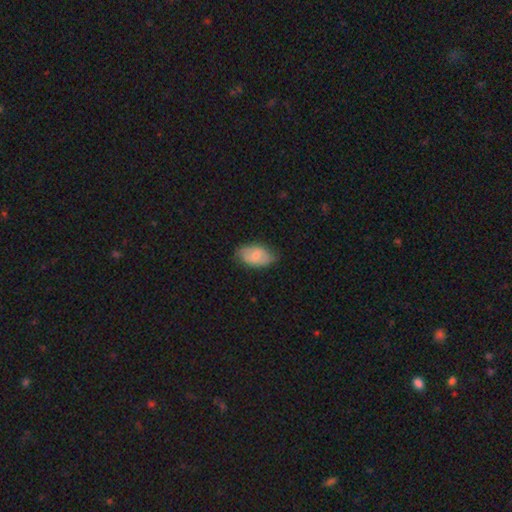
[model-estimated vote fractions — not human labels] Smooth or featured: smooth — 66% (featured or disk — 27%)
How rounded: in between — 92% (round — 6%)
Merging: none — 71% (minor disturbance — 23%)